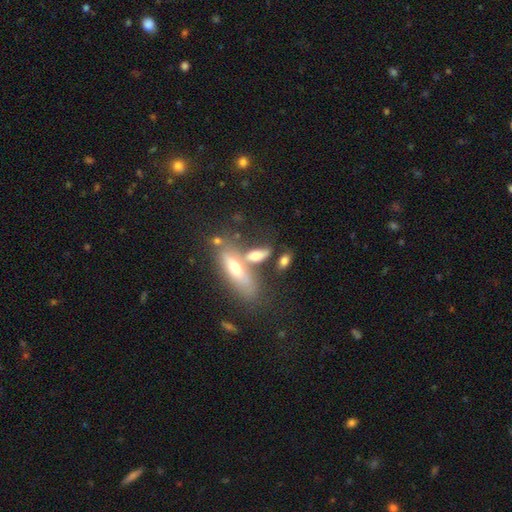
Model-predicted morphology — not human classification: A smooth galaxy with no disk features (61%) that is in between round and cigar-shaped (60%). Merging: merger (41%).